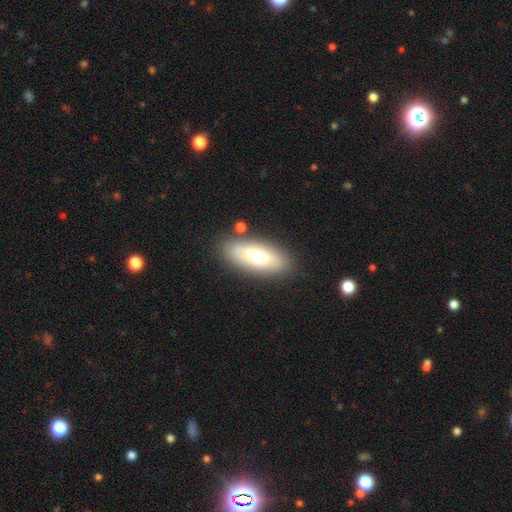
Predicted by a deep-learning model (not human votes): The model was most divided on "smooth or featured": smooth: 60%, featured or disk: 33%, star or artifact: 7%. More confident: merging — none (78%); how rounded — in between (74%).